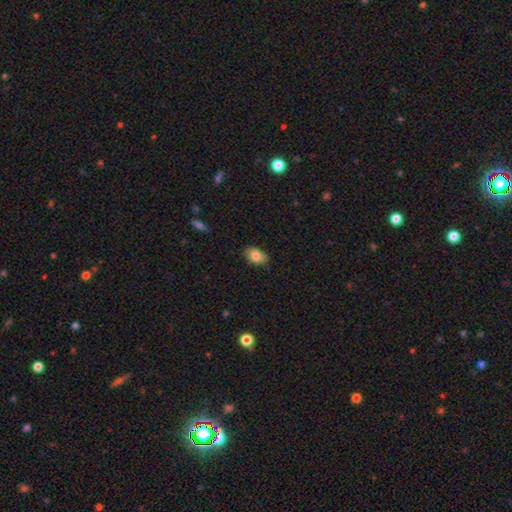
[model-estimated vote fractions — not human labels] Smooth or featured? smooth (83%)
How rounded? in between (89%)
Merging? none (84%)